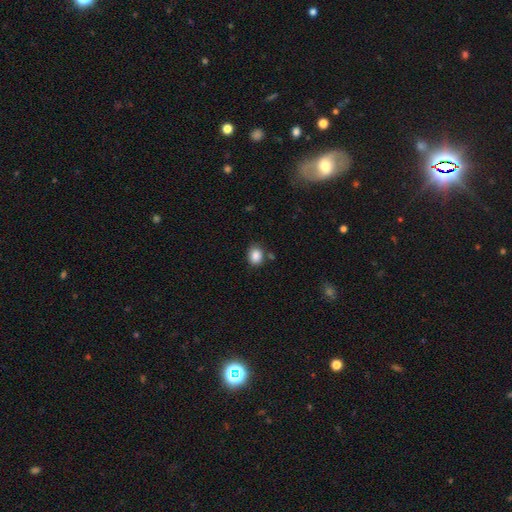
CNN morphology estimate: The model was most divided on "how rounded": in between: 55%, round: 44%, cigar-shaped: 1%. More confident: smooth or featured — smooth (88%); merging — none (77%).